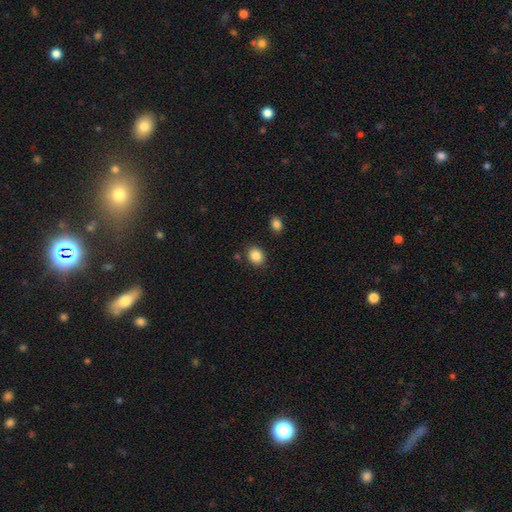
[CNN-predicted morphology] A smooth galaxy with no disk features (87%) that is round (58%).

Vote fractions:
- Smooth or featured? smooth: 87% / star or artifact: 9% / featured or disk: 4%
- How rounded? round: 58% / in between: 42% / cigar-shaped: 1%
- Merging? none: 84% / minor disturbance: 9% / merger: 4% / major disturbance: 3%